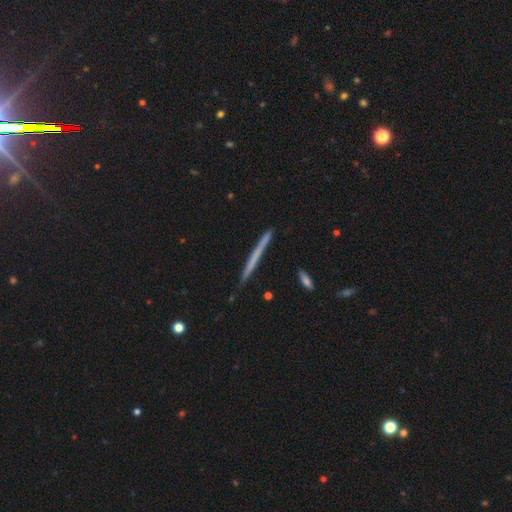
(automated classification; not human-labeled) Smooth or featured?
  - smooth: 48% *
  - featured or disk: 46%
  - star or artifact: 6%
Merging?
  - none: 90% *
  - minor disturbance: 8%
  - merger: 1%
  - major disturbance: 1%